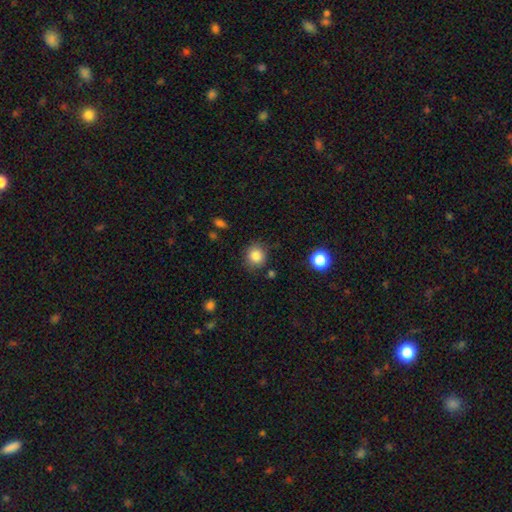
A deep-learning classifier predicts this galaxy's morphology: Overall: smooth (84%). How rounded: round (85%). Merging: none (83%).